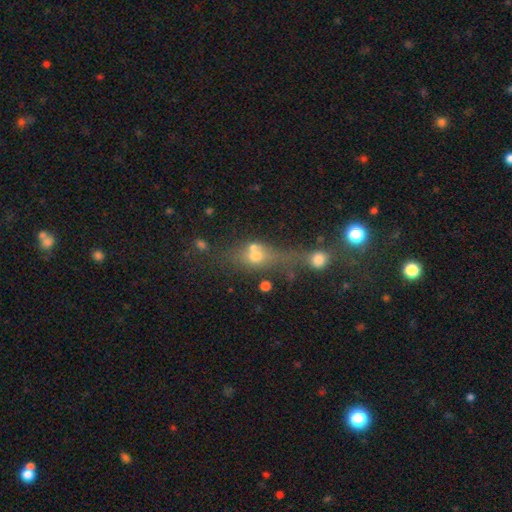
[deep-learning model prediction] smooth_or_featured: smooth (p=0.54) [alt: featured or disk p=0.25]
how_rounded: round (p=0.43) [alt: in between p=0.41]
merging: merger (p=0.45) [alt: none p=0.32]